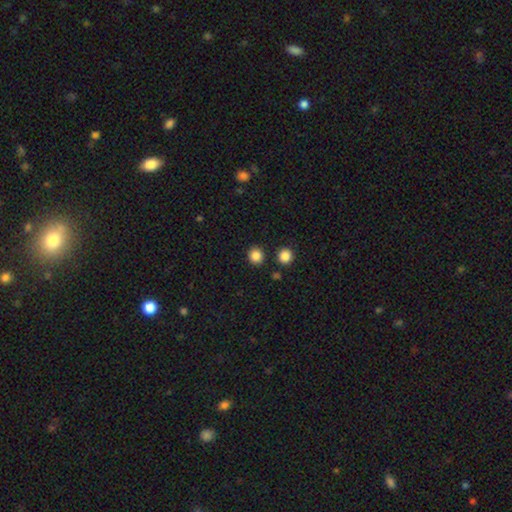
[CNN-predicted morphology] Overall: smooth (86%). How rounded: round (89%). Merging: none (88%).